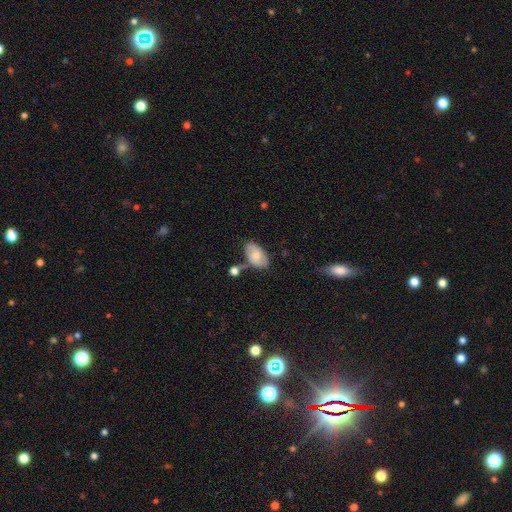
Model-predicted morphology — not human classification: A smooth galaxy with no disk features (67%) that is in between round and cigar-shaped (93%).

Vote fractions:
- Smooth or featured? smooth: 67% / featured or disk: 26% / star or artifact: 7%
- How rounded? in between: 93% / round: 5% / cigar-shaped: 2%
- Merging? none: 56% / minor disturbance: 25% / merger: 12% / major disturbance: 7%